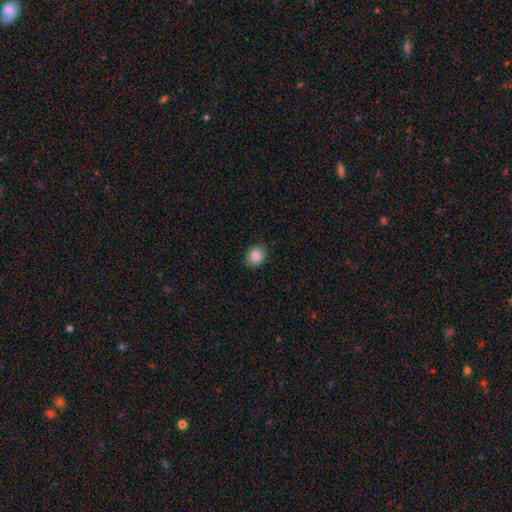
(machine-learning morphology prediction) A smooth galaxy with no disk features (84%) that is round (57%).

Vote fractions:
- Smooth or featured? smooth: 84% / star or artifact: 9% / featured or disk: 6%
- How rounded? round: 57% / in between: 42% / cigar-shaped: 1%
- Merging? none: 87% / minor disturbance: 10% / major disturbance: 2% / merger: 1%